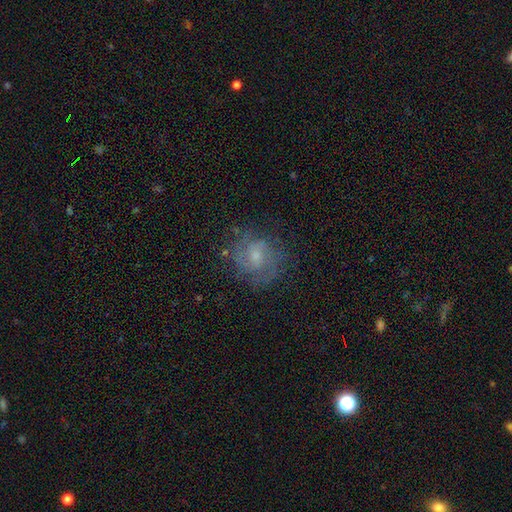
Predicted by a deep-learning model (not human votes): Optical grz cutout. It shows a featured or disk galaxy (63%) with no bar (50%), 2 (44%) medium (45%) spiral arms (82%) and a small central bulge (58%). Merging: none (70%).